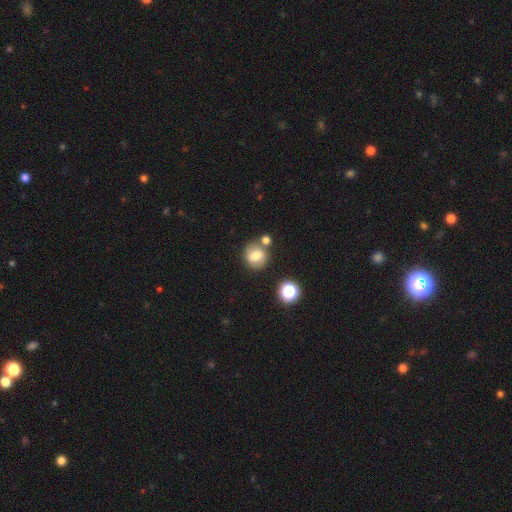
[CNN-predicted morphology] smooth-or-featured: smooth: 72% | featured or disk: 16% | star or artifact: 12%
  how-rounded: round: 84% | in between: 15% | cigar-shaped: 1%
  merging: none: 70% | merger: 14% | minor disturbance: 12% | major disturbance: 4%